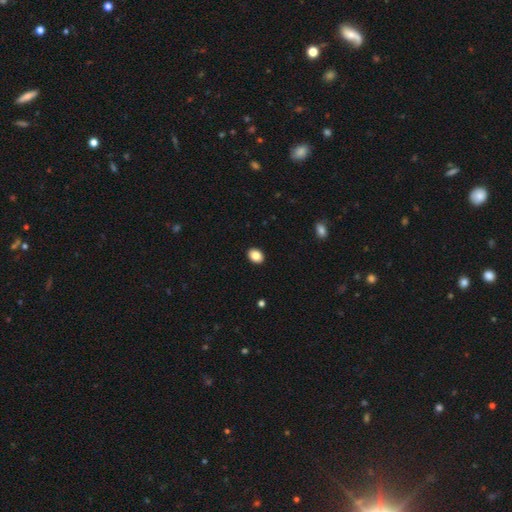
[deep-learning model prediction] Smooth or featured? smooth (87%)
How rounded? in between (65%)
Merging? none (92%)